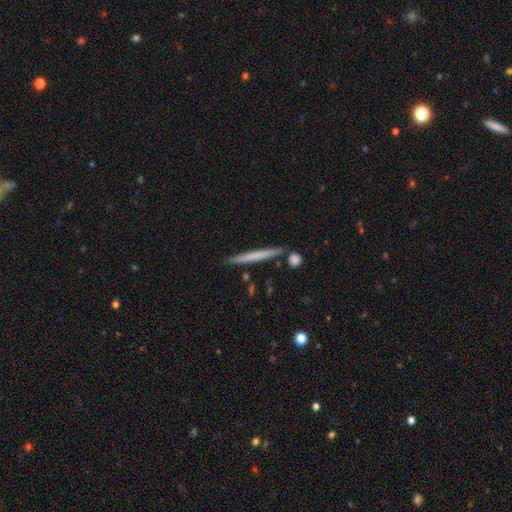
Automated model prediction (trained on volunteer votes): The model was most divided on "smooth or featured": smooth: 59%, featured or disk: 36%, star or artifact: 5%. More confident: how rounded — cigar-shaped (97%); merging — none (85%).